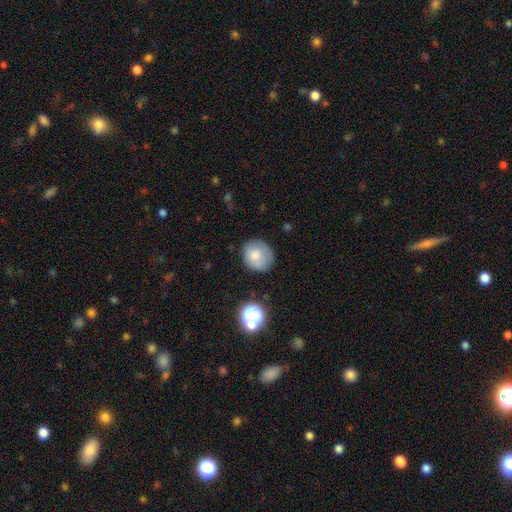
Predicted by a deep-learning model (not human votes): smooth_or_featured: smooth (p=0.76) [alt: featured or disk p=0.14]
how_rounded: round (p=0.82) [alt: in between p=0.17]
merging: none (p=0.73) [alt: minor disturbance p=0.19]